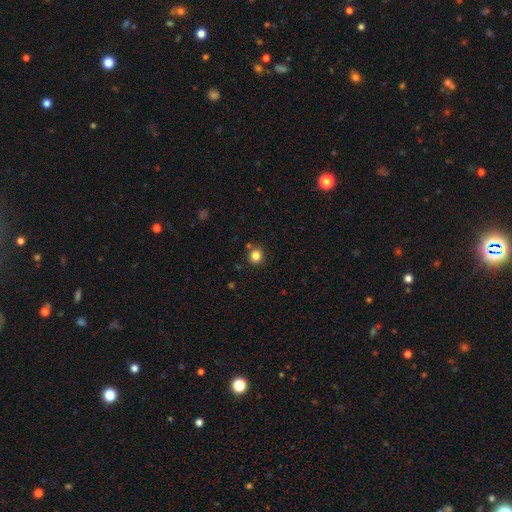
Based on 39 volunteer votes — smooth_or_featured: smooth (p=0.77) [alt: featured or disk p=0.13]
how_rounded: round (p=0.97) [alt: in between p=0.03]
merging: none (p=0.89) [alt: minor disturbance p=0.09]